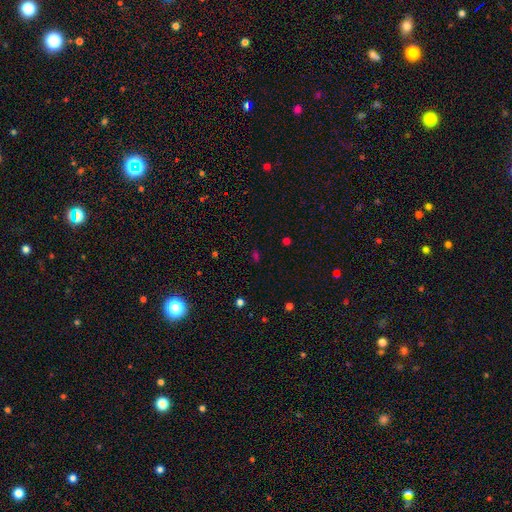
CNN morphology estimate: Smooth or featured? star or artifact (50%)